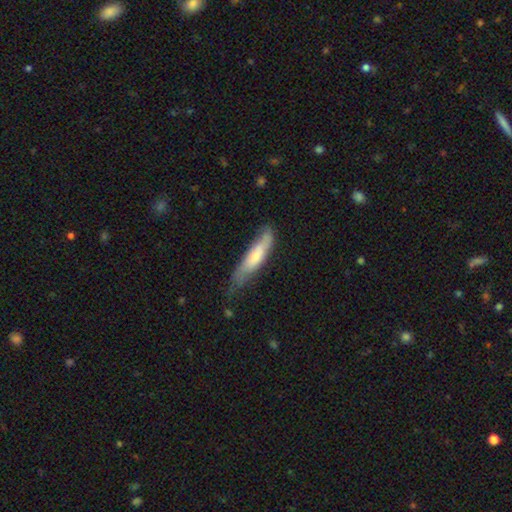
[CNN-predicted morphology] Smooth or featured? Predicted: smooth (p=0.64). How rounded? Predicted: cigar-shaped (p=0.77). Merging? Predicted: none (p=0.49).